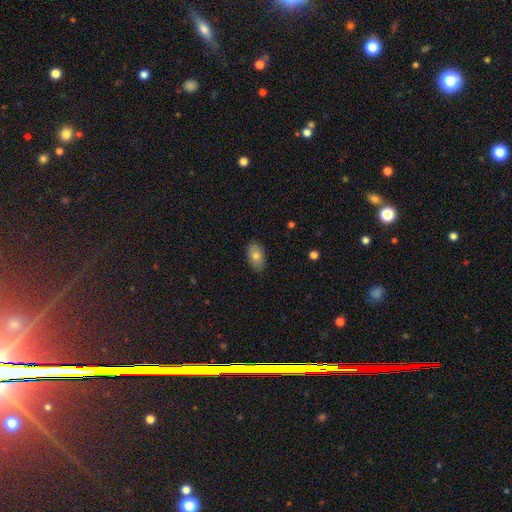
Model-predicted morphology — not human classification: smooth-or-featured: smooth: 78% | featured or disk: 15% | star or artifact: 8%
  how-rounded: in between: 91% | round: 8% | cigar-shaped: 2%
  merging: none: 85% | minor disturbance: 12% | major disturbance: 2% | merger: 1%